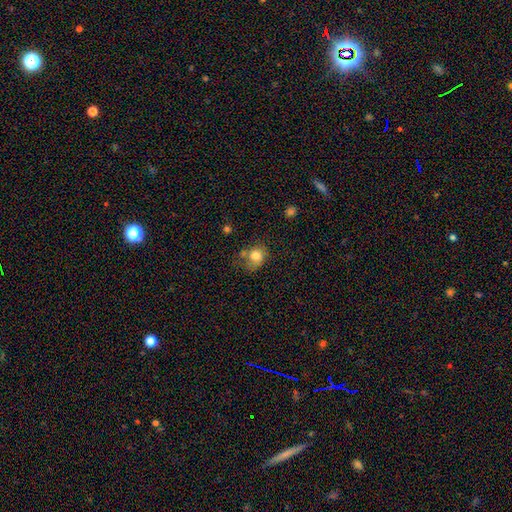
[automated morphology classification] Smooth or featured?
  - smooth: 78% *
  - featured or disk: 12%
  - star or artifact: 10%
How rounded?
  - round: 57% *
  - in between: 42%
  - cigar-shaped: 1%
Merging?
  - none: 41% *
  - minor disturbance: 28%
  - merger: 17%
  - major disturbance: 15%